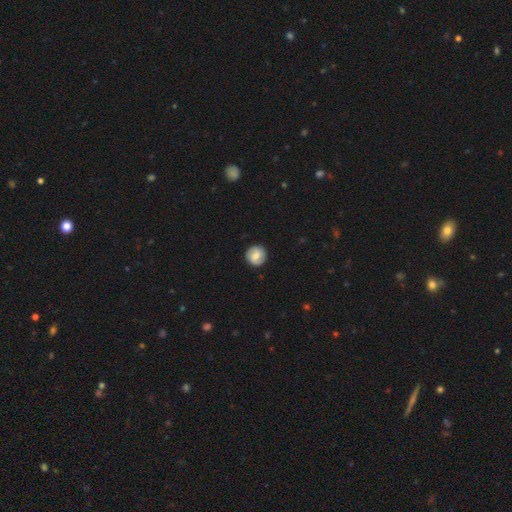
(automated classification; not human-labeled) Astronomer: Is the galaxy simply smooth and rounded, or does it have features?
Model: smooth — 63%.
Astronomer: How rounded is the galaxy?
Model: round — 92%.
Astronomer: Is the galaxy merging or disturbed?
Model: none — 89%.